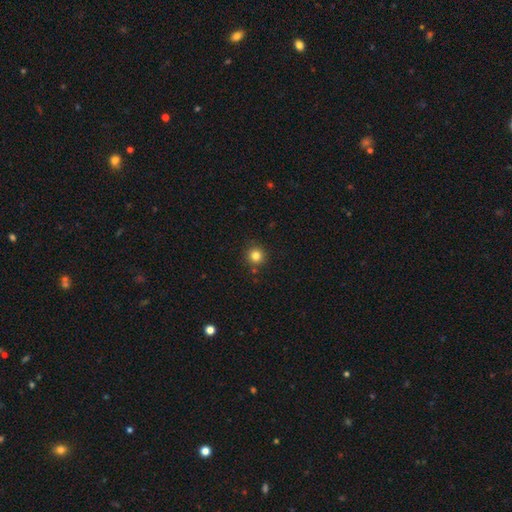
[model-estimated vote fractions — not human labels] Smooth or featured? smooth (82%)
How rounded? round (94%)
Merging? none (88%)